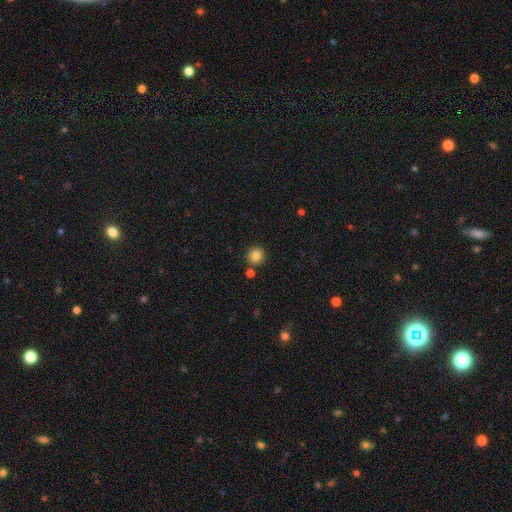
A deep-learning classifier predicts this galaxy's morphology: smooth_or_featured: smooth (p=0.85) [alt: star or artifact p=0.11]
how_rounded: round (p=0.92) [alt: in between p=0.07]
merging: none (p=0.84) [alt: merger p=0.07]